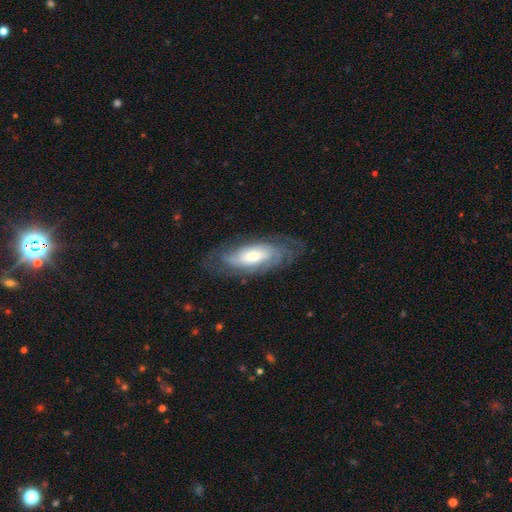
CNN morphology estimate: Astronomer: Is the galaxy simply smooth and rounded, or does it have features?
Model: featured or disk — 72%.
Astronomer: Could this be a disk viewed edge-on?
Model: no — 85%.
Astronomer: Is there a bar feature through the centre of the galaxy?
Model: no — 63%.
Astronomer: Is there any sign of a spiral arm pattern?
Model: yes — 88%.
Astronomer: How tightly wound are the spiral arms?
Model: tight — 61%.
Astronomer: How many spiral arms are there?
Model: can't tell — 51%.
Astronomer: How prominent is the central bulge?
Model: moderate — 57%.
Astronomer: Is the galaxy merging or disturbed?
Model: none — 75%.